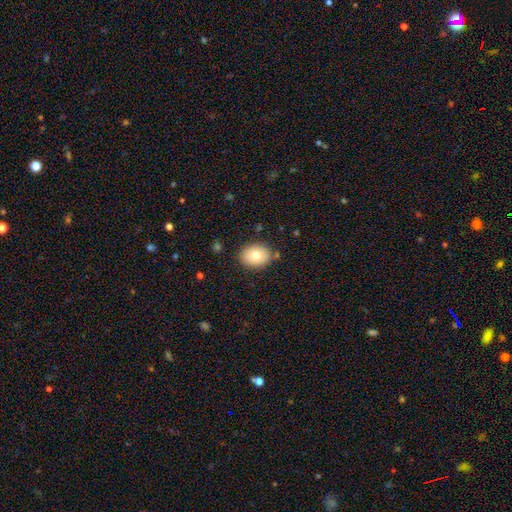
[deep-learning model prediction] Smooth or featured? smooth (79%)
How rounded? in between (58%)
Merging? none (85%)